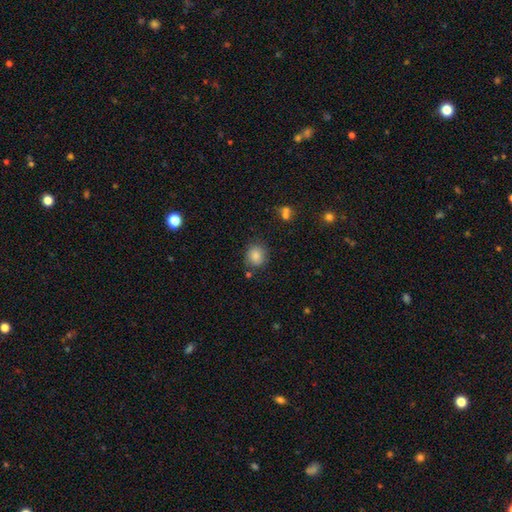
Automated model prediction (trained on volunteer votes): This is clearly a smooth galaxy (85%). How rounded: likely round (77%). Merging: likely none (78%).